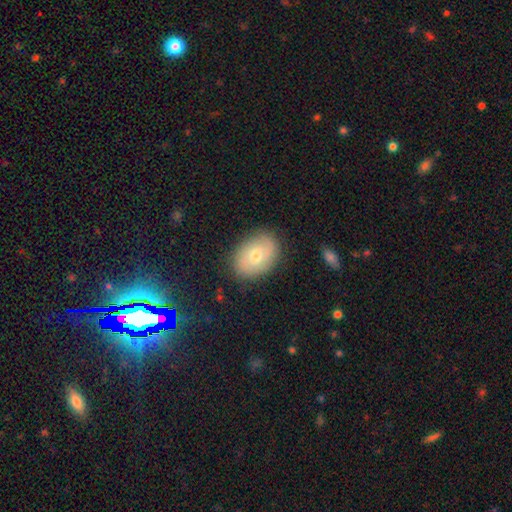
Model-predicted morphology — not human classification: This is possibly a smooth galaxy (59%). How rounded: likely in between (77%). Merging: clearly none (84%).